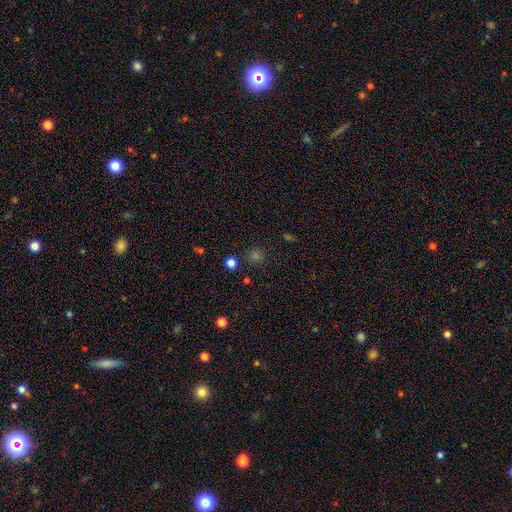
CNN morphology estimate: type=smooth (64%); roundness=round (91%); merging=none (86%).